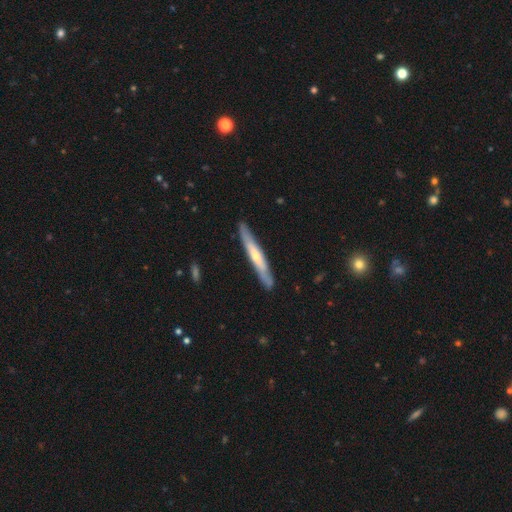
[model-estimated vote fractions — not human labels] Morphology: type=featured or disk (56%); edge-on=yes (88%); merging=none (87%).